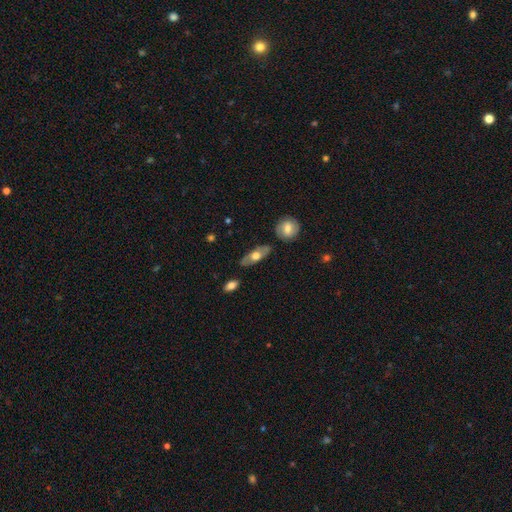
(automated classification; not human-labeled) A smooth galaxy with no disk features (52%) that is in between round and cigar-shaped (72%).

Vote fractions:
- Smooth or featured? smooth: 52% / featured or disk: 42% / star or artifact: 6%
- How rounded? in between: 72% / cigar-shaped: 23% / round: 5%
- Merging? none: 80% / minor disturbance: 13% / merger: 4% / major disturbance: 3%